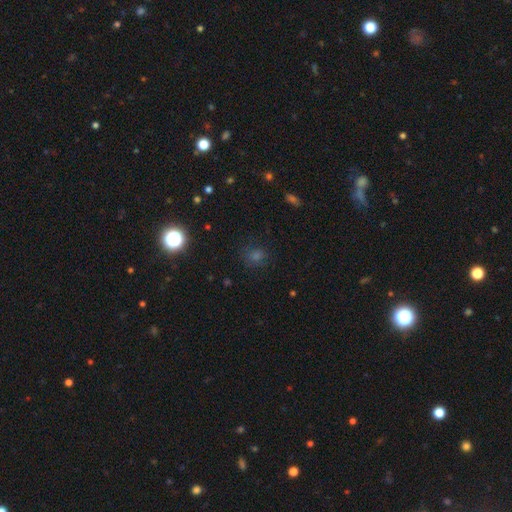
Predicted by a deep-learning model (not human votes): Smooth or featured? smooth (54%)
How rounded? round (88%)
Merging? none (84%)